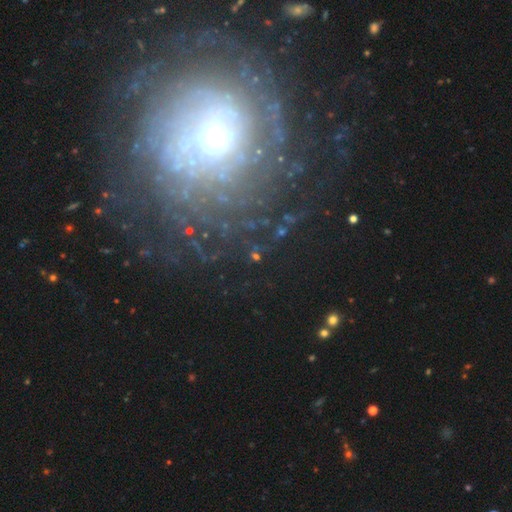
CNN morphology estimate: Smooth or featured? featured or disk (58%)
Edge-on disk? no (89%)
Bar? no (57%)
Spiral arms? yes (79%)
Bulge size? small (61%)
Merging? none (71%)